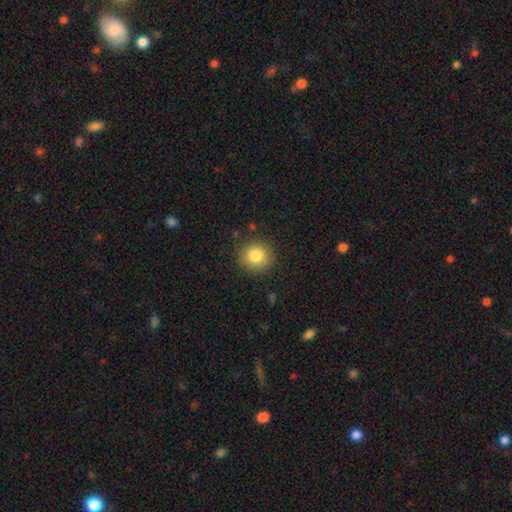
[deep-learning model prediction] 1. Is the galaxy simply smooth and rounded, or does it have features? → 84% smooth, 10% star or artifact, 6% featured or disk.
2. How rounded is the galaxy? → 90% round, 9% in between, 1% cigar-shaped.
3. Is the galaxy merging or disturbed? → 87% none, 9% minor disturbance, 3% major disturbance, 1% merger.